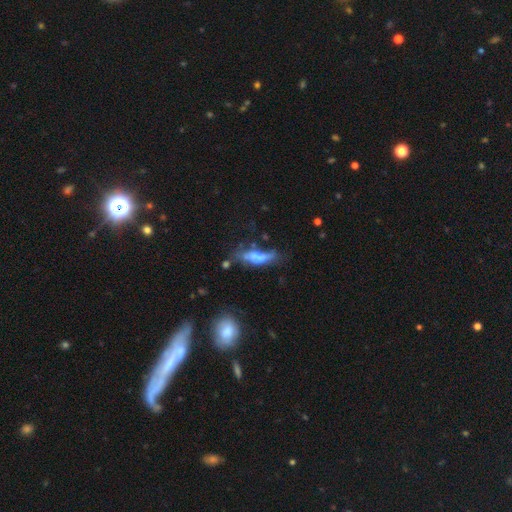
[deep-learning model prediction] Smooth or featured? Predicted: smooth (p=0.46). Merging? Predicted: none (p=0.29).